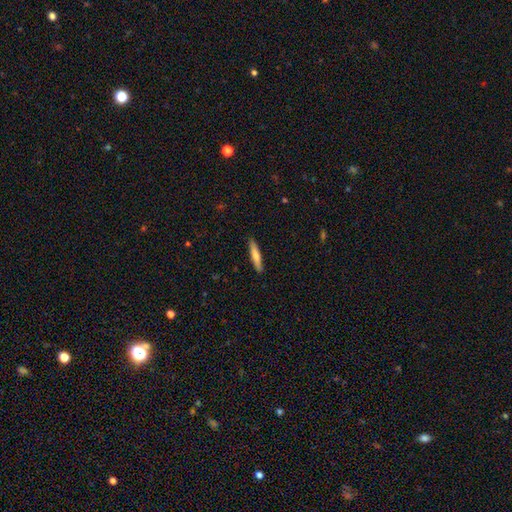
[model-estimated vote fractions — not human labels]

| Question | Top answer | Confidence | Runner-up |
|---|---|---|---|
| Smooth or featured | smooth | 71% | featured or disk (24%) |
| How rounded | cigar-shaped | 89% | in between (9%) |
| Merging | none | 90% | minor disturbance (8%) |